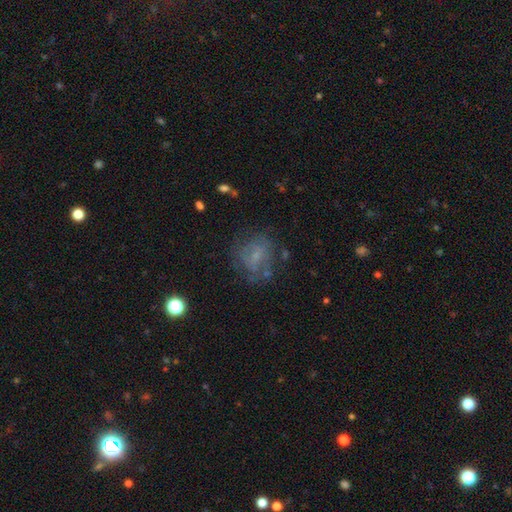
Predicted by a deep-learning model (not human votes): smooth_or_featured: featured or disk (p=0.47) [alt: smooth p=0.37]
merging: none (p=0.60) [alt: minor disturbance p=0.20]